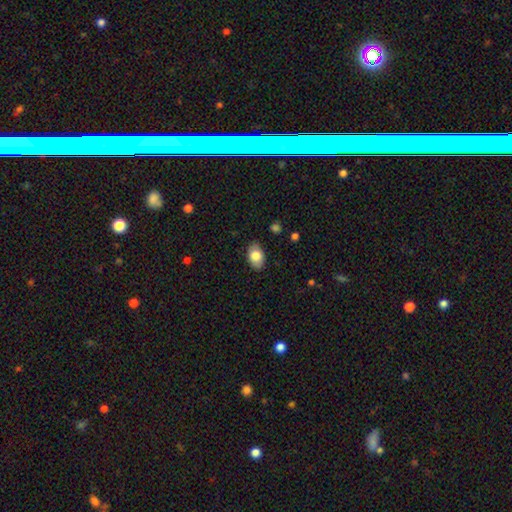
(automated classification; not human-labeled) This is clearly a smooth galaxy (81%). How rounded: clearly in between (88%). Merging: clearly none (85%).